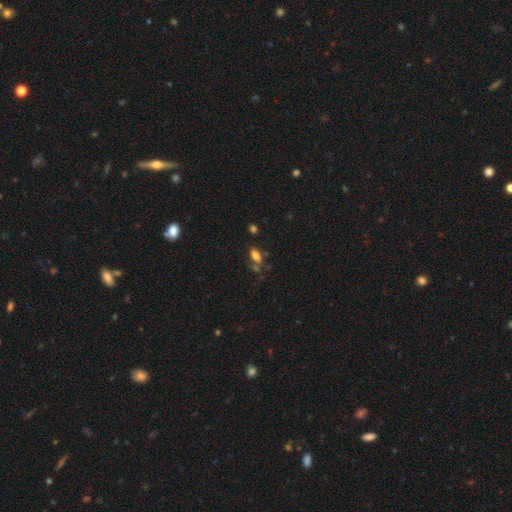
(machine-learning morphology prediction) A smooth galaxy with no disk features (71%) that is in between round and cigar-shaped (81%). Merging: none (57%).